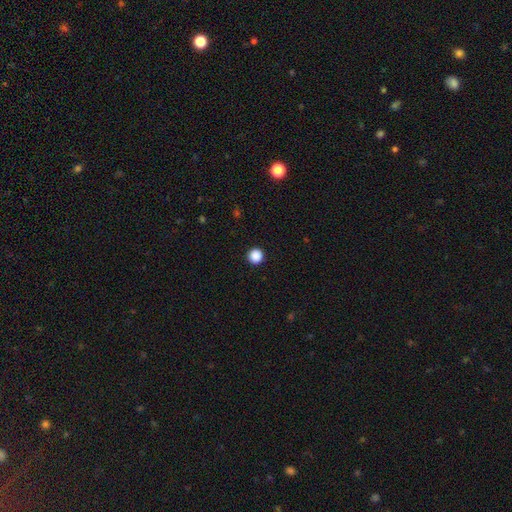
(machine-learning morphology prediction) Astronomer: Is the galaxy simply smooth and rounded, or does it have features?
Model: smooth — 88%.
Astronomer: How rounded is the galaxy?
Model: round — 96%.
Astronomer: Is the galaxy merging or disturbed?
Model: none — 93%.